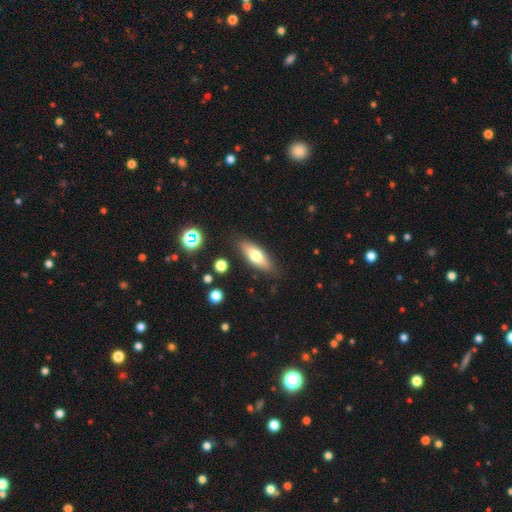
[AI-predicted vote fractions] A smooth galaxy with no disk features (67%) that is in between round and cigar-shaped (68%).

Vote fractions:
- Smooth or featured? smooth: 67% / featured or disk: 26% / star or artifact: 7%
- How rounded? in between: 68% / cigar-shaped: 29% / round: 3%
- Merging? none: 84% / minor disturbance: 11% / major disturbance: 3% / merger: 2%